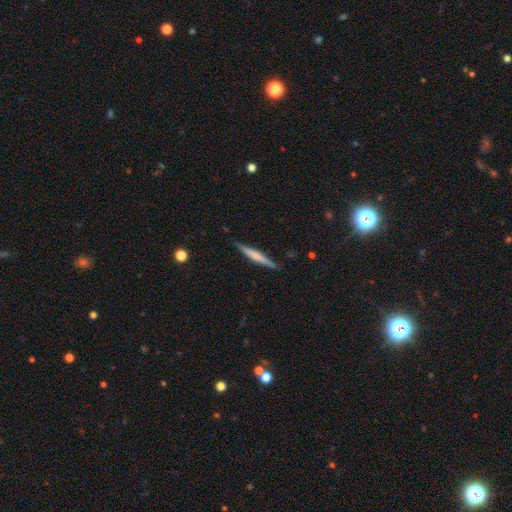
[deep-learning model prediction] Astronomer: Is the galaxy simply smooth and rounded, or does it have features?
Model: featured or disk — 50% (runner-up: smooth, 44%).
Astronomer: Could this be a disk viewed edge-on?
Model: yes — 97%.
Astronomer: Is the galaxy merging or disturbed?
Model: none — 89%.